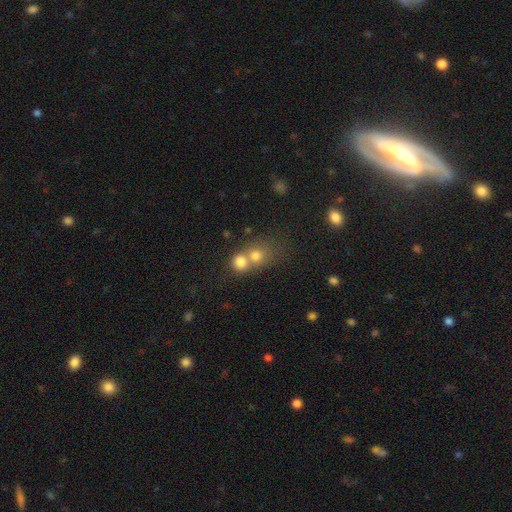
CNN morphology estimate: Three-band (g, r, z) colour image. It shows a smooth galaxy with no disk features (74%) that is round (75%). Merging: merger (58%).